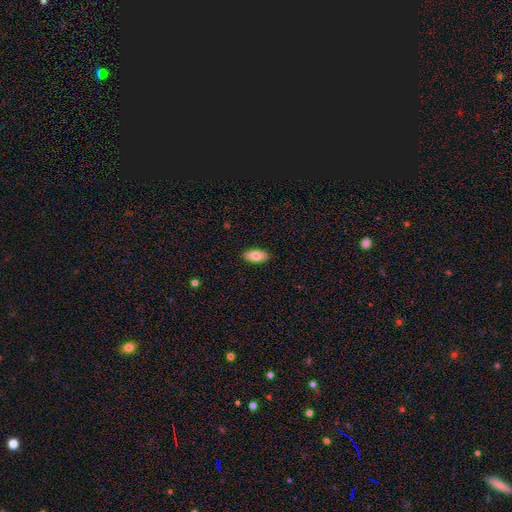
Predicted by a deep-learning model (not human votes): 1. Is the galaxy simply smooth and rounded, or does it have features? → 82% smooth, 12% featured or disk, 7% star or artifact.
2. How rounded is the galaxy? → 92% in between, 5% cigar-shaped, 3% round.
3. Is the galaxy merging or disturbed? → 89% none, 8% minor disturbance, 2% major disturbance, 1% merger.